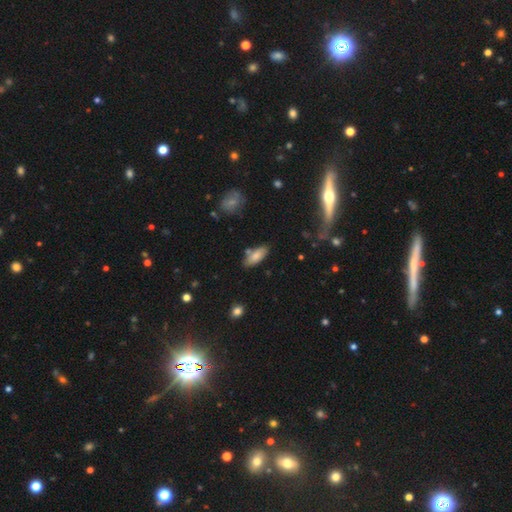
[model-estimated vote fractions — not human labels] A smooth galaxy with no disk features (81%) that is in between round and cigar-shaped (77%). Merging: none (73%).